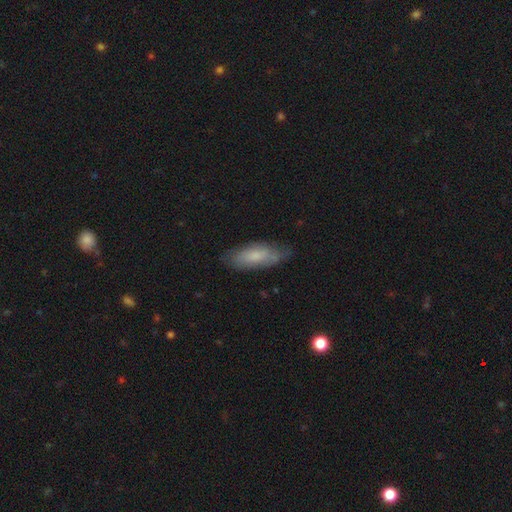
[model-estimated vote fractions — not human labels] This is likely a smooth galaxy (65%). How rounded: likely in between (69%). Merging: likely none (70%).